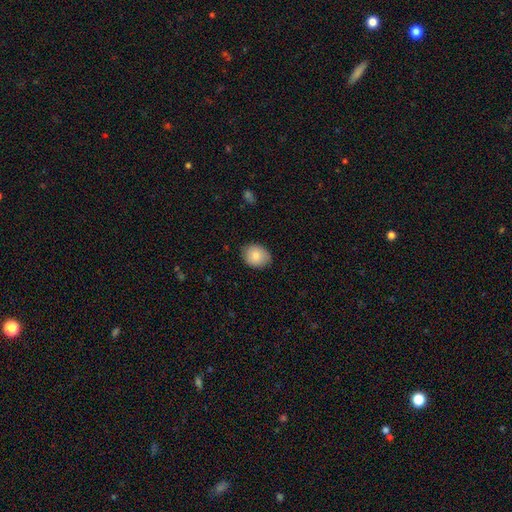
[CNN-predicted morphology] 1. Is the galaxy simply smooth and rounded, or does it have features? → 82% smooth, 11% featured or disk, 7% star or artifact.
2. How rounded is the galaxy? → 50% in between, 49% round, 1% cigar-shaped.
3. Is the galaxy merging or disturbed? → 82% none, 15% minor disturbance, 3% major disturbance, 1% merger.